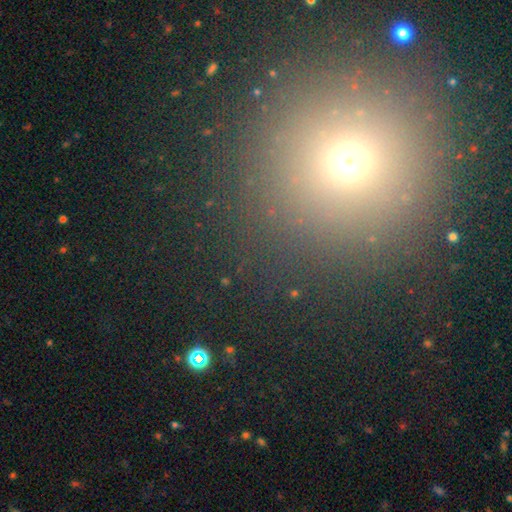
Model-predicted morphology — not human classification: smooth 58%, star or artifact 34%, featured or disk 8%. Down the decision tree: how rounded — round (94%); merging — none (89%).